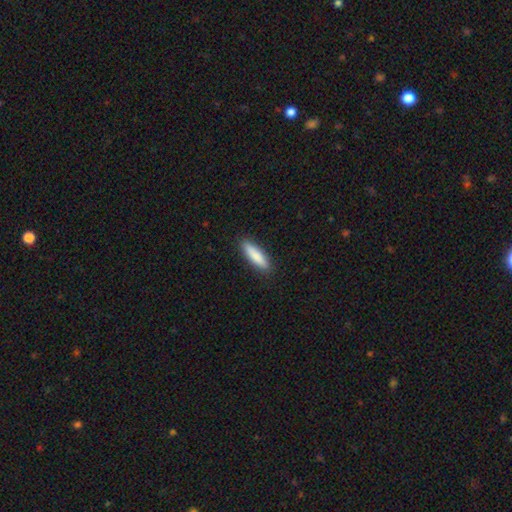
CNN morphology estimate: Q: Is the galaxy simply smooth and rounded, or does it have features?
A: smooth — 85%.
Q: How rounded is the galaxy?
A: cigar-shaped — 71%.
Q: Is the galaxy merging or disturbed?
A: none — 90%.